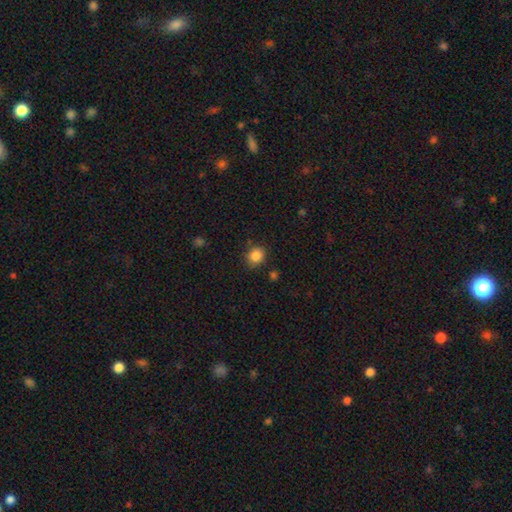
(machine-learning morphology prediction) This is clearly a smooth galaxy (86%). How rounded: likely round (73%). Merging: clearly none (84%).